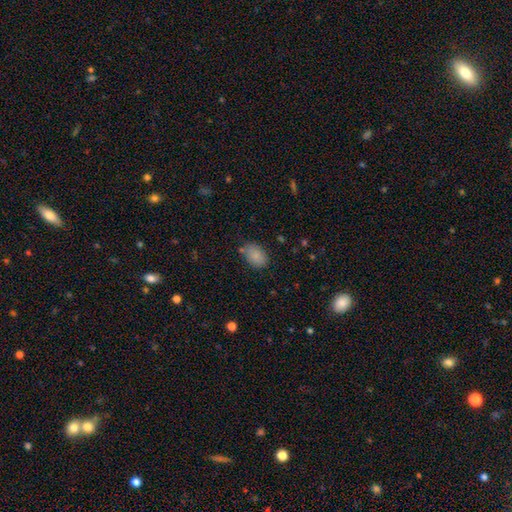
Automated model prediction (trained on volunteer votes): Q: Smooth or featured?
A: smooth (86%); runner-up: star or artifact (8%)
Q: How rounded?
A: in between (84%); runner-up: round (14%)
Q: Merging?
A: none (76%); runner-up: minor disturbance (16%)